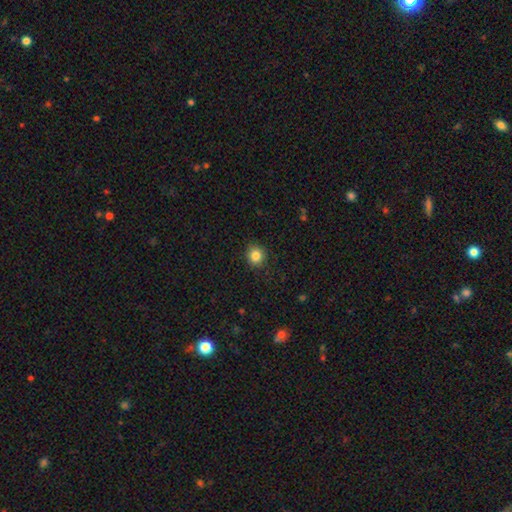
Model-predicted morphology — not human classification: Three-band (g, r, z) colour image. It shows a smooth galaxy with no disk features (85%) that is round (85%). Merging: none (90%).